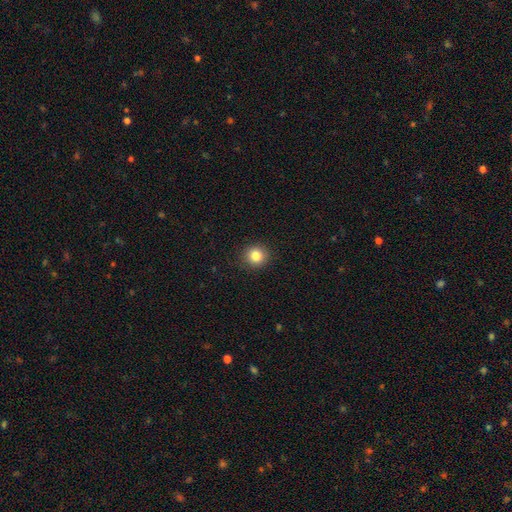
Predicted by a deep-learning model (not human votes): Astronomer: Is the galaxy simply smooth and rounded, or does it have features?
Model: smooth — 84%.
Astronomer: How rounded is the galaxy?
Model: round — 91%.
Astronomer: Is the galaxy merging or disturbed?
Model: none — 91%.